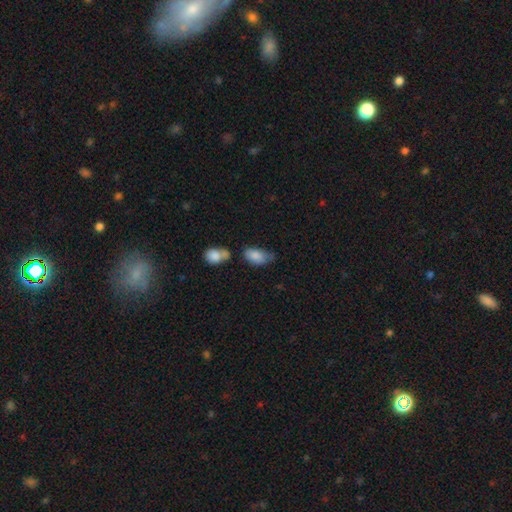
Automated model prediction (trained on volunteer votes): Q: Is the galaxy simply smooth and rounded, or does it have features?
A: smooth — 84%.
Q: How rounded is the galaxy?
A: in between — 92%.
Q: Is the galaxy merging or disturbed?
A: none — 39%.